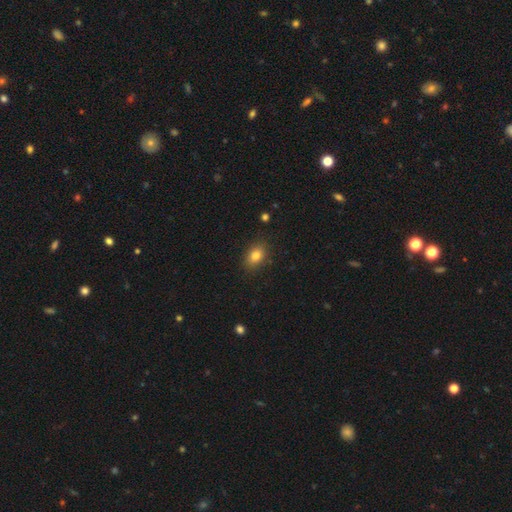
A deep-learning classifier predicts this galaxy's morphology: A smooth galaxy with no disk features (82%) that is in between round and cigar-shaped (76%). Merging: none (85%).